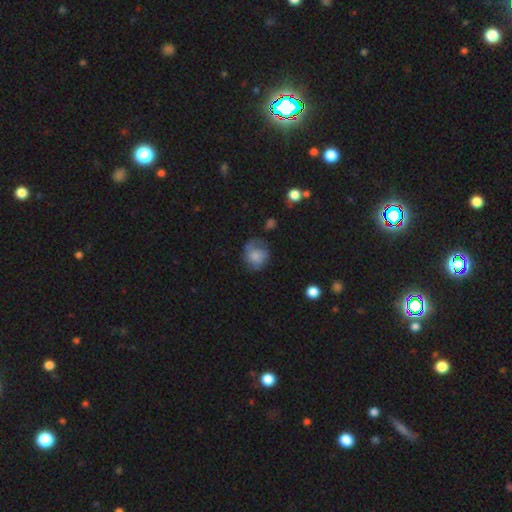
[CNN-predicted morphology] Smooth or featured: smooth — 67% (featured or disk — 24%)
How rounded: round — 69% (in between — 30%)
Merging: none — 43% (minor disturbance — 30%)